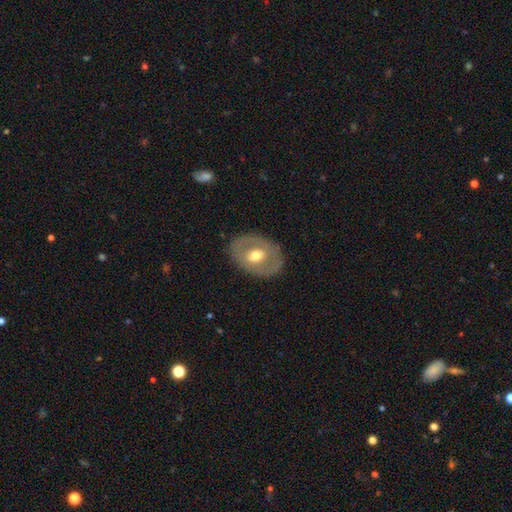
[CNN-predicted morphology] featured or disk 53%, smooth 42%, star or artifact 5%. Down the decision tree: edge-on disk — no (92%); merging — none (81%).